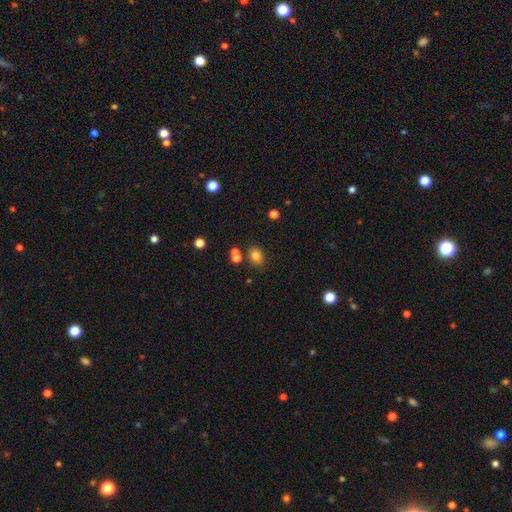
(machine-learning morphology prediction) Smooth or featured: smooth — 80% (star or artifact — 13%)
How rounded: in between — 59% (round — 40%)
Merging: none — 73% (minor disturbance — 12%)